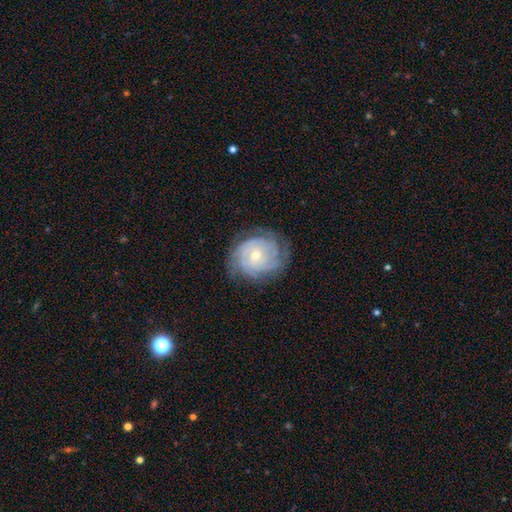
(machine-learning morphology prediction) The model was most divided on "spiral arm count": can't tell: 35%, 3: 19%, 4: 19%, 2: 12%, more than 4: 8%, 1: 6%. More confident: edge-on disk — no (97%); spiral arms — yes (95%); smooth or featured — featured or disk (81%); spiral winding — tight (77%); merging — none (76%); bar — no (76%); bulge size — small (64%).